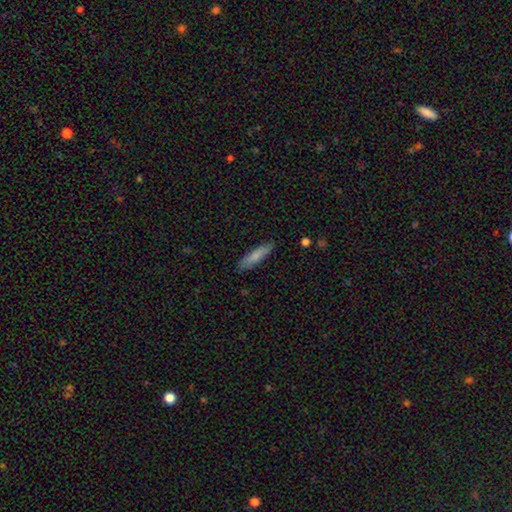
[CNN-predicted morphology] smooth_or_featured: smooth (p=0.80) [alt: featured or disk p=0.14]
how_rounded: cigar-shaped (p=0.80) [alt: in between p=0.19]
merging: none (p=0.86) [alt: minor disturbance p=0.11]